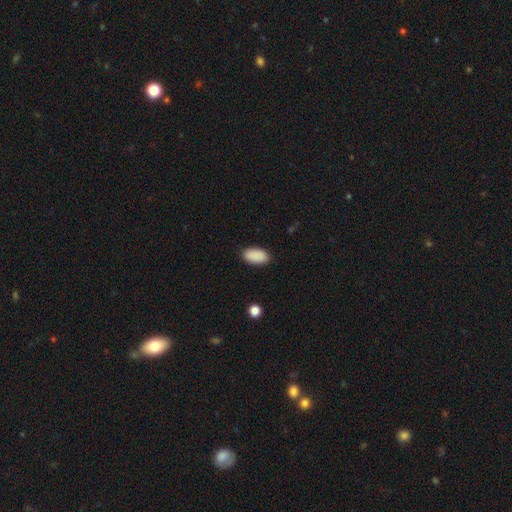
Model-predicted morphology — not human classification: Smooth or featured: smooth — 90% (star or artifact — 7%)
How rounded: in between — 94% (round — 3%)
Merging: none — 89% (minor disturbance — 8%)